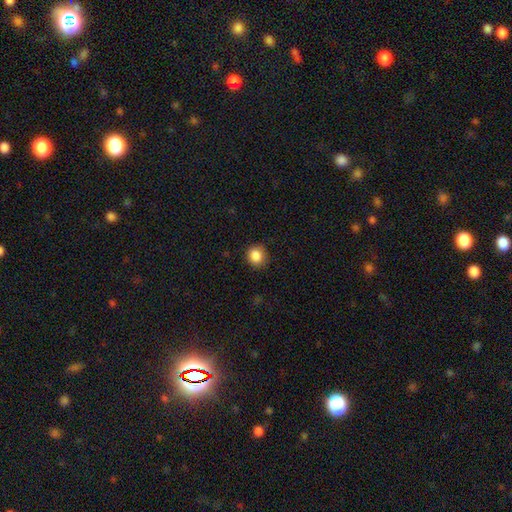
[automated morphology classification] Overall: smooth (86%). How rounded: round (77%). Merging: none (85%).